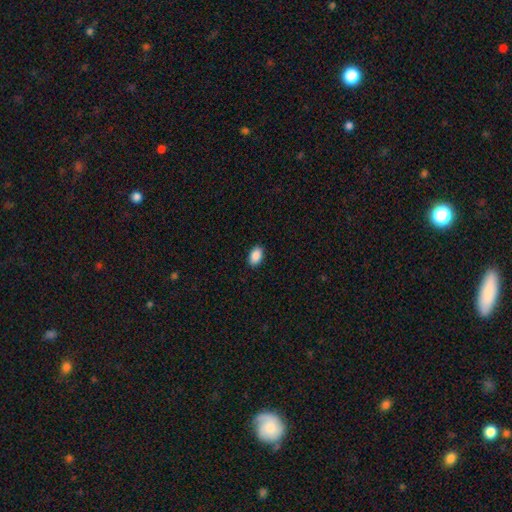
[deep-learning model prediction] Overall: smooth (90%). How rounded: in between (92%). Merging: none (90%).